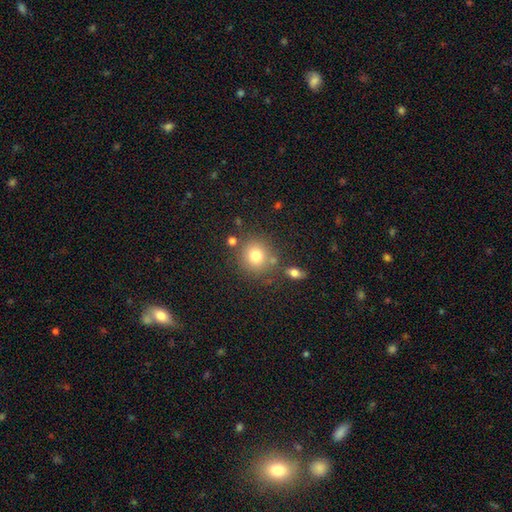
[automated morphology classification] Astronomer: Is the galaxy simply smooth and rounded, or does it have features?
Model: smooth — 77%.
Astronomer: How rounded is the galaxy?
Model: round — 89%.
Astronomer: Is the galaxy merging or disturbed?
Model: none — 75%.